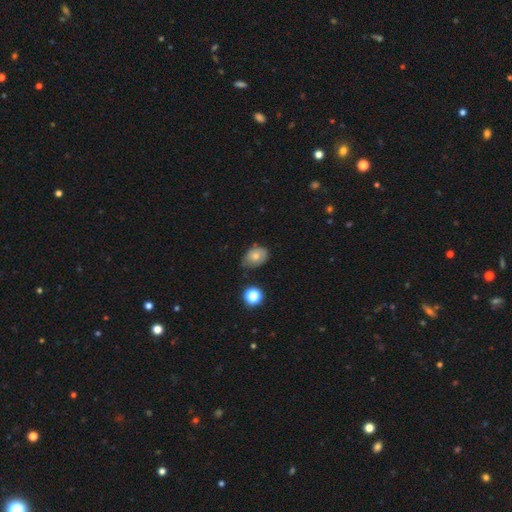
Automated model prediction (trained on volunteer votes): The model was most divided on "merging": none: 57%, minor disturbance: 33%, major disturbance: 7%, merger: 3%. More confident: smooth or featured — smooth (71%); how rounded — in between (66%).